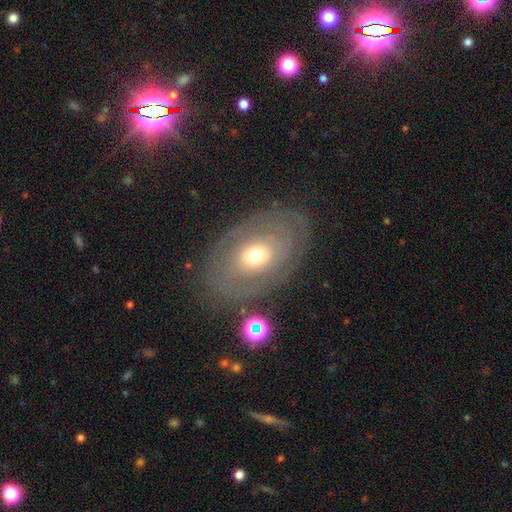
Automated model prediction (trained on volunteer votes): Overall: featured or disk (59%; smooth 33%). Edge-on disk: no (92%). Bar: no (81%). Spiral arms: no (55%; yes 45%). Bulge size: moderate (59%; small 30%). Merging: none (77%).